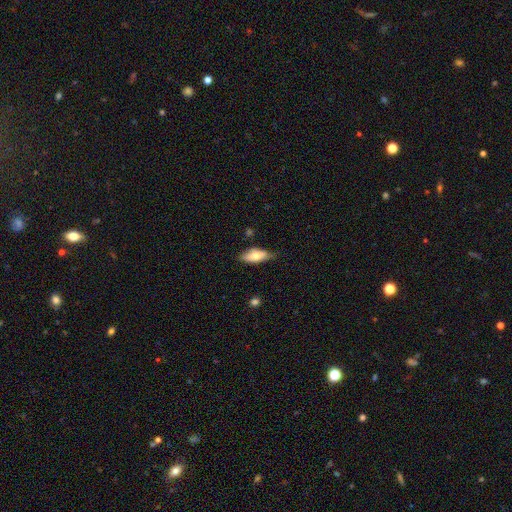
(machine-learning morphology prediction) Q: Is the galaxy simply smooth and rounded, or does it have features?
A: smooth — 69%.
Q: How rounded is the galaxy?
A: in between — 75%.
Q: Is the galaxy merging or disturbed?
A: none — 69%.